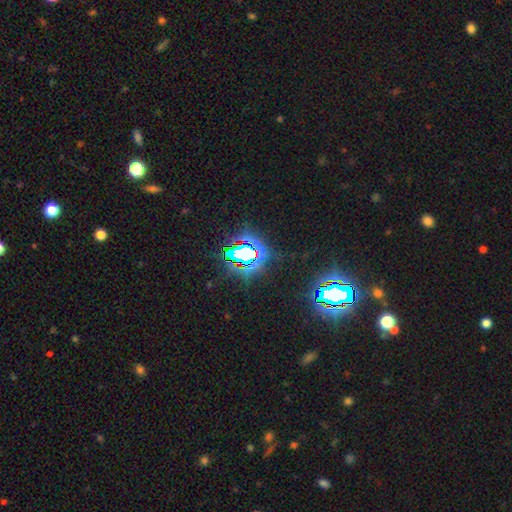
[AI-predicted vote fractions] smooth-or-featured: star or artifact: 81% | smooth: 11% | featured or disk: 7%